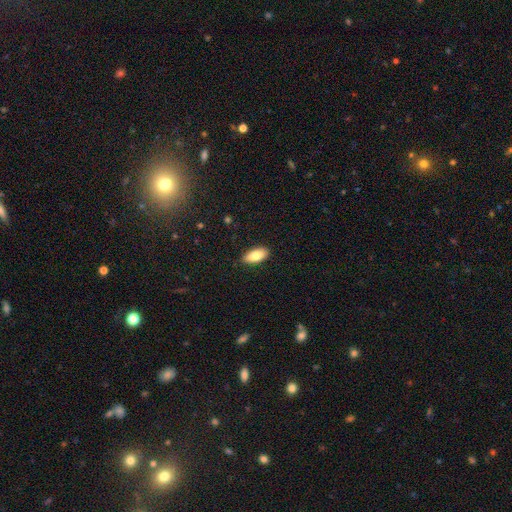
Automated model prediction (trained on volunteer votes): smooth-or-featured: smooth: 80% | featured or disk: 13% | star or artifact: 6%
  how-rounded: in between: 89% | cigar-shaped: 9% | round: 2%
  merging: none: 88% | minor disturbance: 10% | major disturbance: 2% | merger: 1%